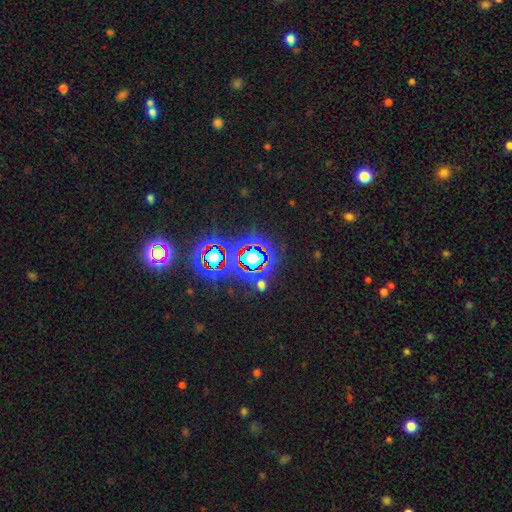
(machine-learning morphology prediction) smooth_or_featured: star or artifact (p=0.81) [alt: smooth p=0.11]